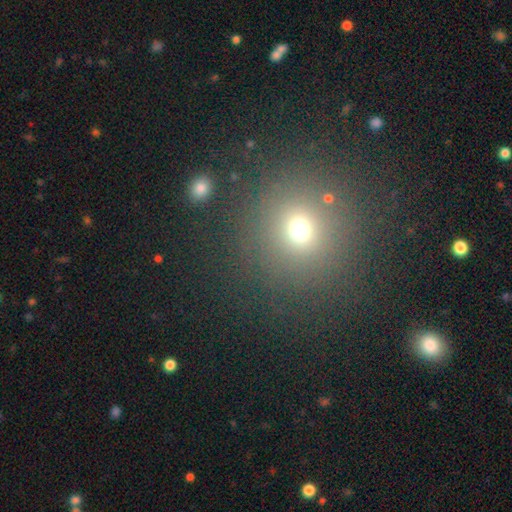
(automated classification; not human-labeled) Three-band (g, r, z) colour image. It shows a smooth galaxy with no disk features (59%) that is round (93%). Merging: none (89%).